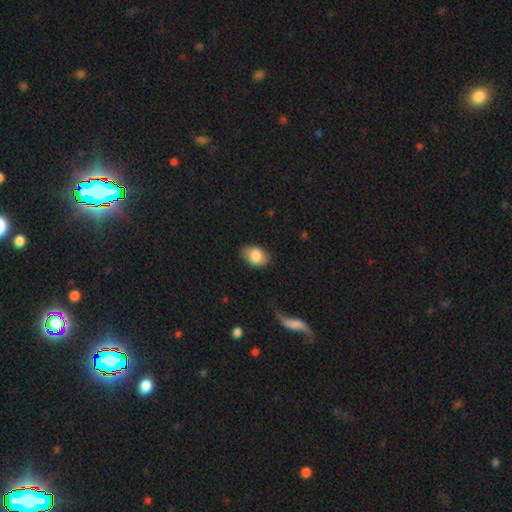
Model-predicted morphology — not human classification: smooth_or_featured: smooth (p=0.83) [alt: featured or disk p=0.10]
how_rounded: in between (p=0.83) [alt: round p=0.16]
merging: none (p=0.78) [alt: minor disturbance p=0.18]